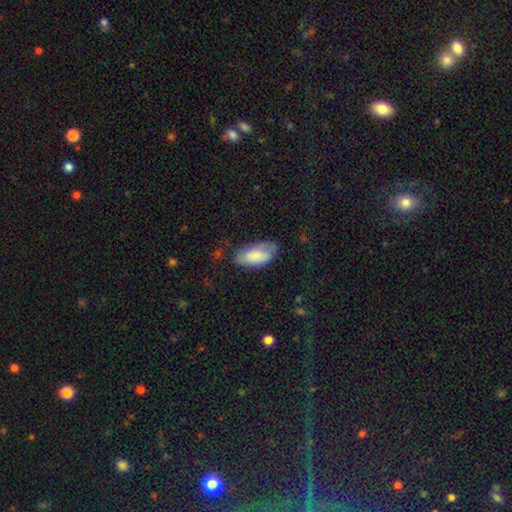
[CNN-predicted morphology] Q: Smooth or featured?
A: smooth (78%); runner-up: featured or disk (15%)
Q: How rounded?
A: in between (92%); runner-up: cigar-shaped (6%)
Q: Merging?
A: none (63%); runner-up: minor disturbance (27%)